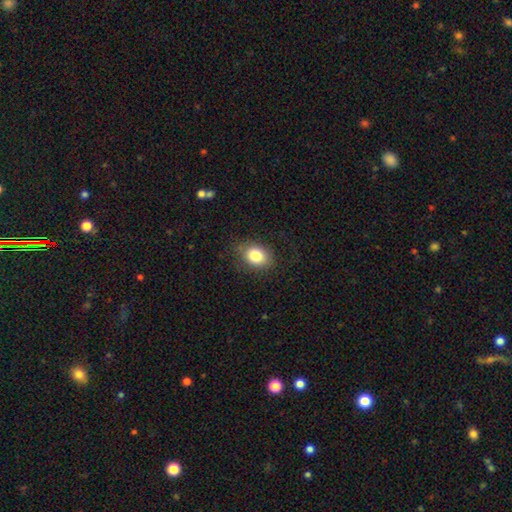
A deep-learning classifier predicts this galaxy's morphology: This is clearly a smooth galaxy (82%). How rounded: possibly in between (58%). Merging: clearly none (80%).